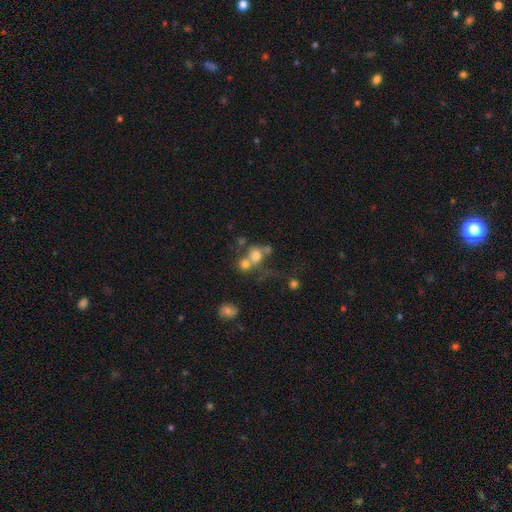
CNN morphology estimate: Overall: smooth (67%). How rounded: round (75%). Merging: merger (49%; none 33%).